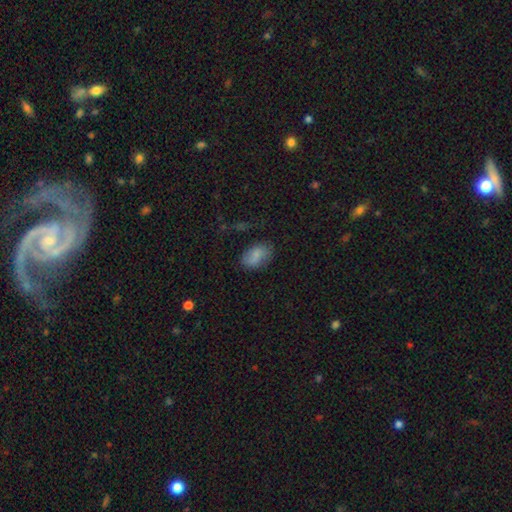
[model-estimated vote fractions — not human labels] A smooth galaxy with no disk features (78%) that is in between round and cigar-shaped (89%). Merging: none (67%).